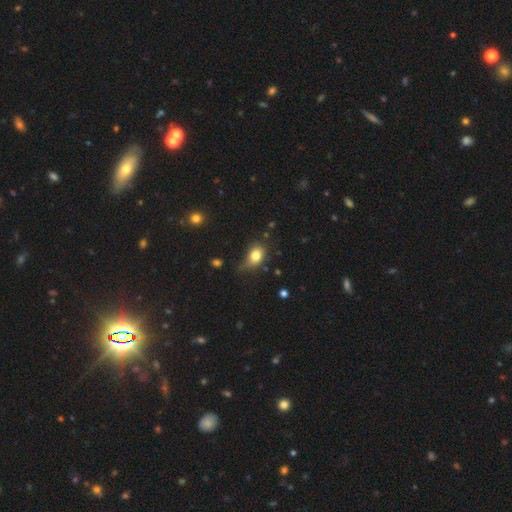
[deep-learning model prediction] Q: Smooth or featured?
A: smooth (79%); runner-up: star or artifact (11%)
Q: How rounded?
A: in between (67%); runner-up: round (31%)
Q: Merging?
A: none (48%); runner-up: minor disturbance (35%)